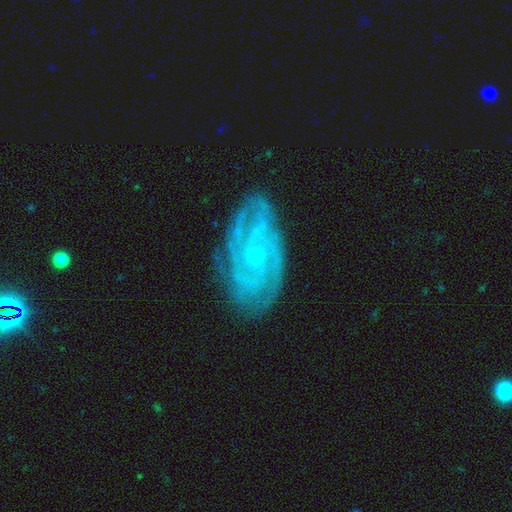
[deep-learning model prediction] Q: Smooth or featured?
A: featured or disk (89%); runner-up: smooth (6%)
Q: Edge-on disk?
A: no (96%); runner-up: yes (4%)
Q: Bar?
A: no (73%); runner-up: weak (22%)
Q: Spiral arms?
A: yes (97%); runner-up: no (3%)
Q: Spiral winding?
A: tight (71%); runner-up: medium (25%)
Q: Spiral arm count?
A: 2 (28%); runner-up: 3 (24%)
Q: Bulge size?
A: small (85%); runner-up: moderate (10%)
Q: Merging?
A: none (77%); runner-up: minor disturbance (16%)